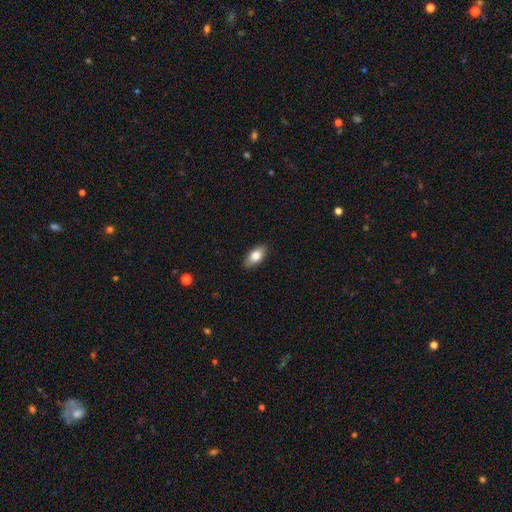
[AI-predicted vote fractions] smooth_or_featured: smooth (p=0.79) [alt: featured or disk p=0.14]
how_rounded: in between (p=0.89) [alt: cigar-shaped p=0.06]
merging: none (p=0.88) [alt: minor disturbance p=0.09]